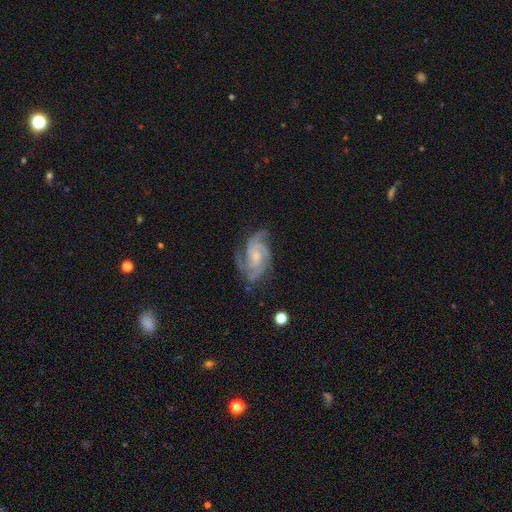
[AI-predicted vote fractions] This appears to be a featured or disk galaxy (89%) with no bar (62%), 3 (48%) tight (50%) spiral arms (98%) and a small central bulge (49%). Merging: none (71%).